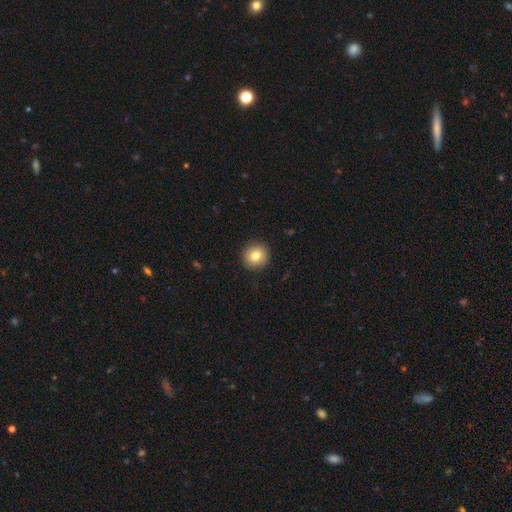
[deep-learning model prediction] smooth 81%, featured or disk 10%, star or artifact 9%. Down the decision tree: how rounded — round (94%); merging — none (92%).